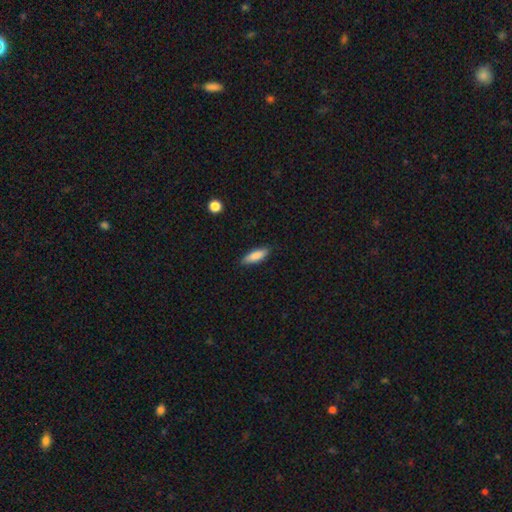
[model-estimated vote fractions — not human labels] This is clearly a smooth galaxy (85%). How rounded: possibly in between (53%). Merging: clearly none (85%).